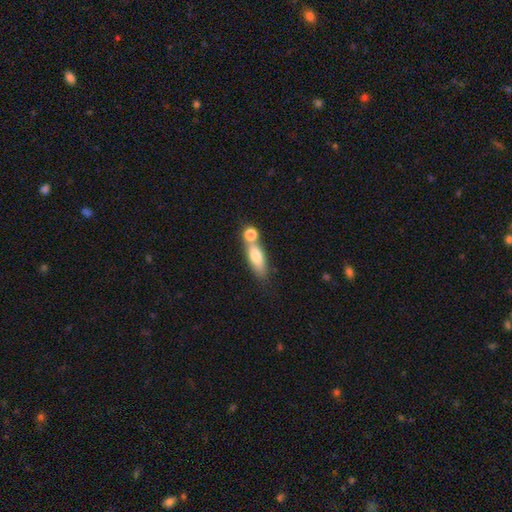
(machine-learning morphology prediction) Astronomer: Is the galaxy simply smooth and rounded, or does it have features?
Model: smooth — 72%.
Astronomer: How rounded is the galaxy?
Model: in between — 58% (runner-up: cigar-shaped, 34%).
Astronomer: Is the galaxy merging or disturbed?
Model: merger — 47% (runner-up: none, 38%).